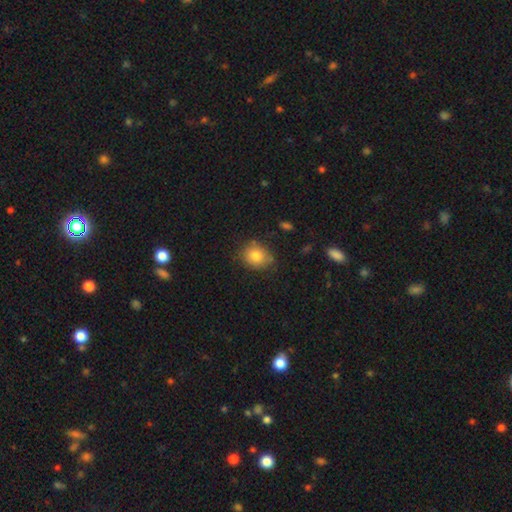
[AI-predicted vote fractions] Overall: smooth (80%). How rounded: round (61%; in between 38%). Merging: none (73%).